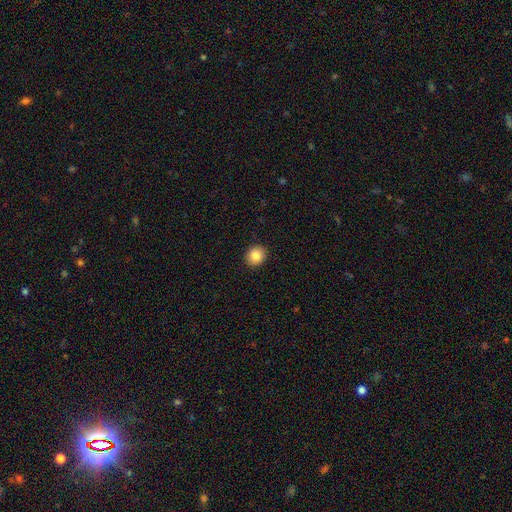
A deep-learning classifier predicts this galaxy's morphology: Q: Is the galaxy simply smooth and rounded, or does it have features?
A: smooth — 85%.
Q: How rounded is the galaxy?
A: round — 83%.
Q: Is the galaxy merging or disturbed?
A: none — 92%.